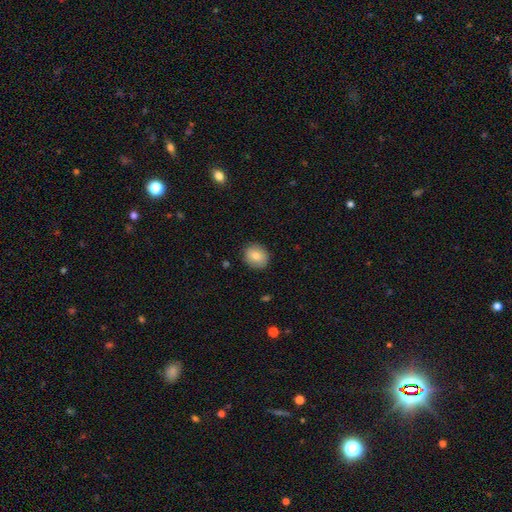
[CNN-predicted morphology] This appears to be a smooth galaxy with no disk features (79%) that is round (72%). Merging: none (88%).